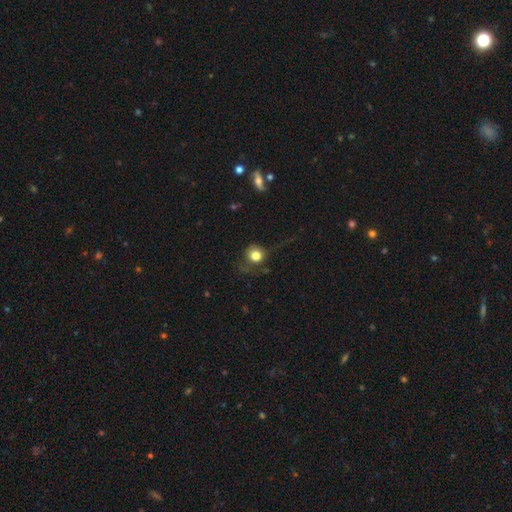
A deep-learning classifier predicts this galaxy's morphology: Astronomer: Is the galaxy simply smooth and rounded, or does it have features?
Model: smooth — 78%.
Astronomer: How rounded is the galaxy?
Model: round — 87%.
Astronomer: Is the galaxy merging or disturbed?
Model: none — 55%.